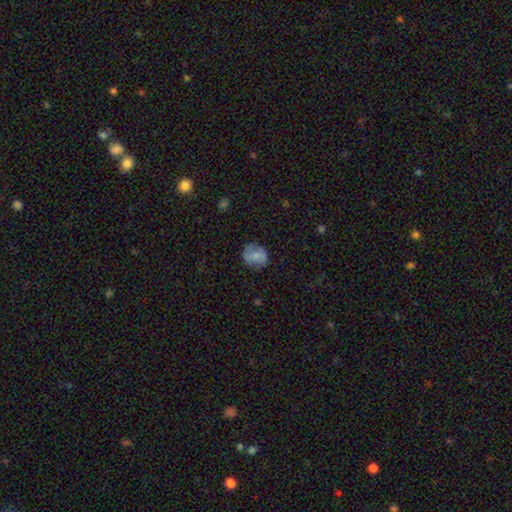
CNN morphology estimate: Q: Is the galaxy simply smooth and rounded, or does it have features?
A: smooth — 72%.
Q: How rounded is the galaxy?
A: round — 73%.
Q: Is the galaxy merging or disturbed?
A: none — 72%.